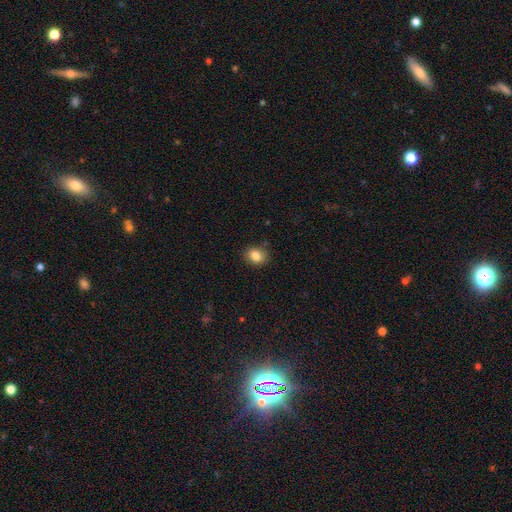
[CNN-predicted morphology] The model was most divided on "how rounded": in between: 54%, round: 45%, cigar-shaped: 1%. More confident: smooth or featured — smooth (85%); merging — none (84%).